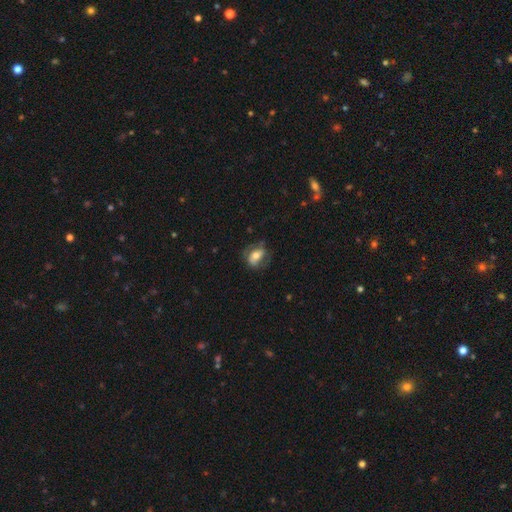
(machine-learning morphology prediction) This is possibly a smooth galaxy (49%). Merging: likely none (62%).